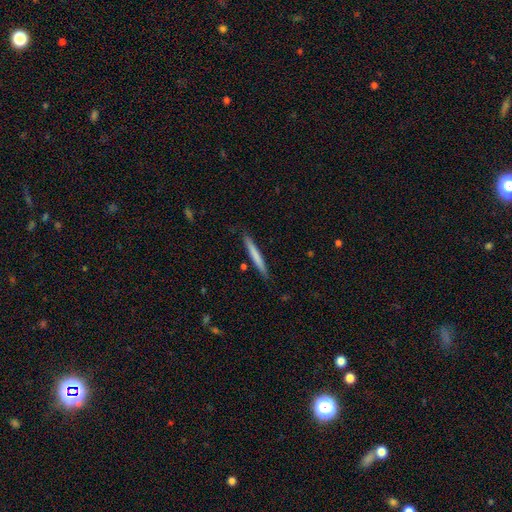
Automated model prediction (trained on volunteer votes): Overall: smooth (70%). How rounded: cigar-shaped (97%). Merging: none (88%).